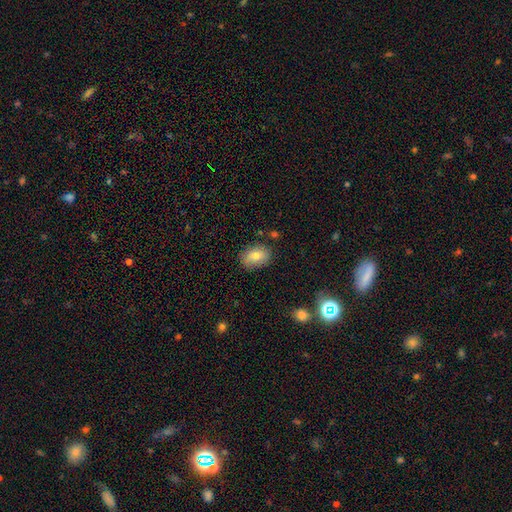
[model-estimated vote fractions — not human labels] Smooth or featured? Predicted: smooth (p=0.77). How rounded? Predicted: in between (p=0.78). Merging? Predicted: none (p=0.81).